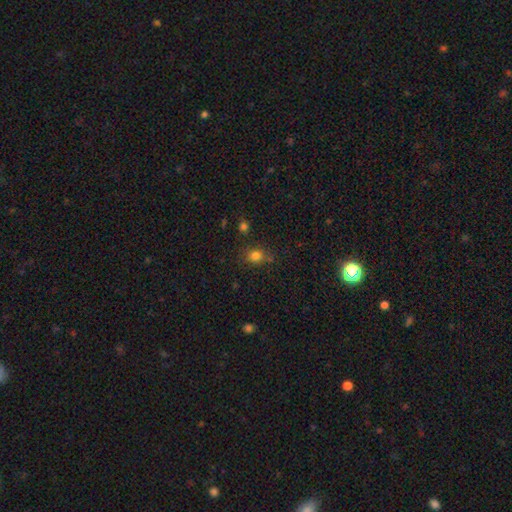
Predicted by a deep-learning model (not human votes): Q: Smooth or featured?
A: smooth (79%); runner-up: star or artifact (15%)
Q: How rounded?
A: round (64%); runner-up: in between (34%)
Q: Merging?
A: none (74%); runner-up: minor disturbance (16%)